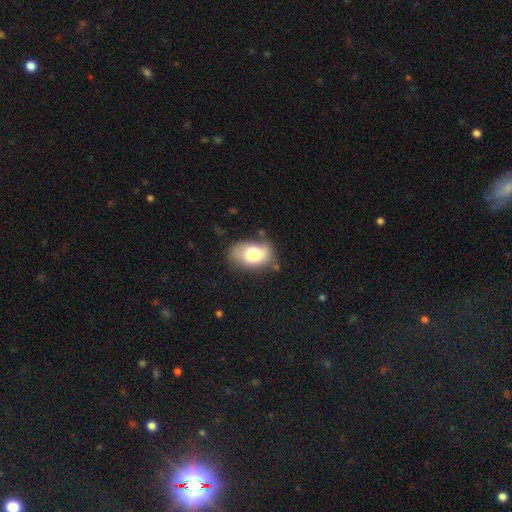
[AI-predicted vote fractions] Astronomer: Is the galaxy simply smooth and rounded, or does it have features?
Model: smooth — 75%.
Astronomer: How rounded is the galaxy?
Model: in between — 88%.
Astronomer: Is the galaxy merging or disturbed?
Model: none — 60%.